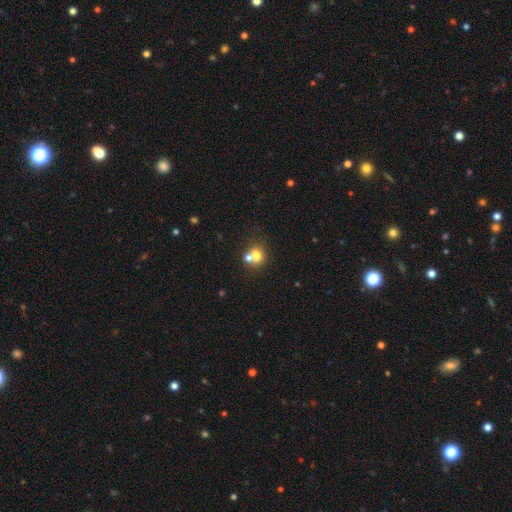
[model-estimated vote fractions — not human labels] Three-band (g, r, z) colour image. It shows a smooth galaxy with no disk features (71%) that is round (80%). Merging: merger (48%).